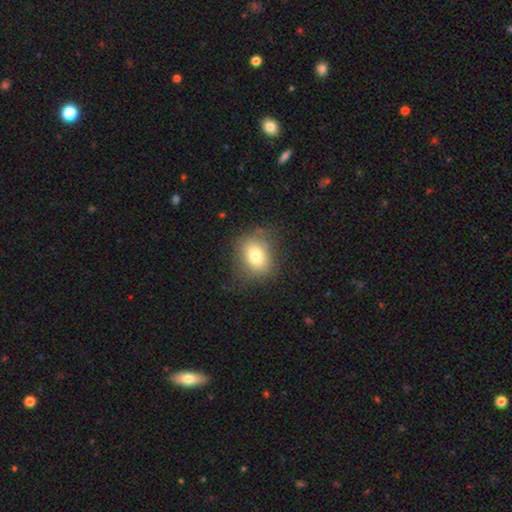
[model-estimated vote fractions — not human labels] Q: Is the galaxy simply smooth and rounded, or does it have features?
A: smooth — 75%.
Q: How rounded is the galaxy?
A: in between — 53%.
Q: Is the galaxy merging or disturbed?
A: none — 71%.